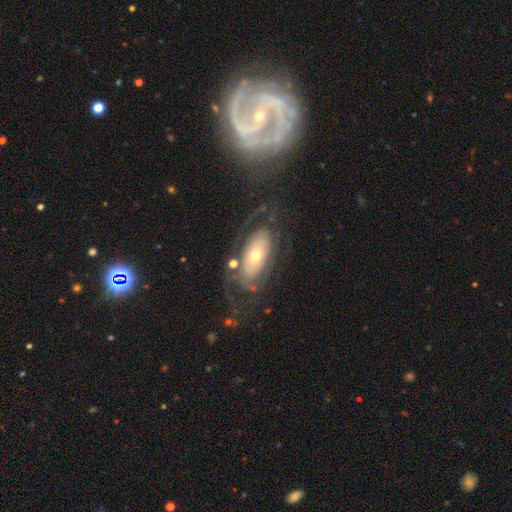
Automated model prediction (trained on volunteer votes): featured or disk 69%, smooth 24%, star or artifact 7%. Down the decision tree: edge-on disk — no (91%); bar — no (80%); spiral arms — yes (67%); bulge size — small (46%); merging — none (59%).